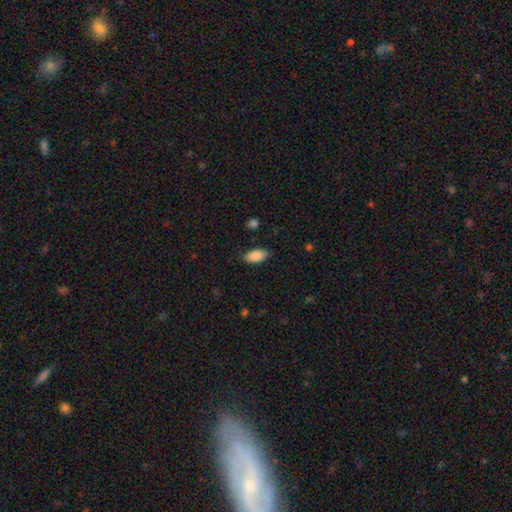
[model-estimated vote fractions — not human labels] The model was most divided on "merging": none: 82%, minor disturbance: 14%, major disturbance: 3%, merger: 1%. More confident: how rounded — in between (93%); smooth or featured — smooth (89%).